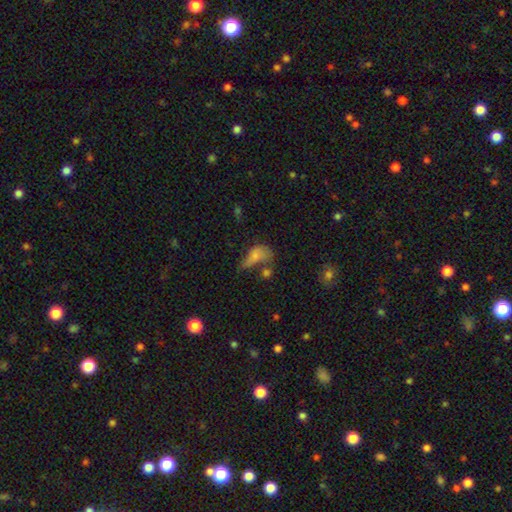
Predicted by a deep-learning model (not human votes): smooth 63%, featured or disk 23%, star or artifact 14%. Down the decision tree: how rounded — in between (83%); merging — major disturbance (33%).